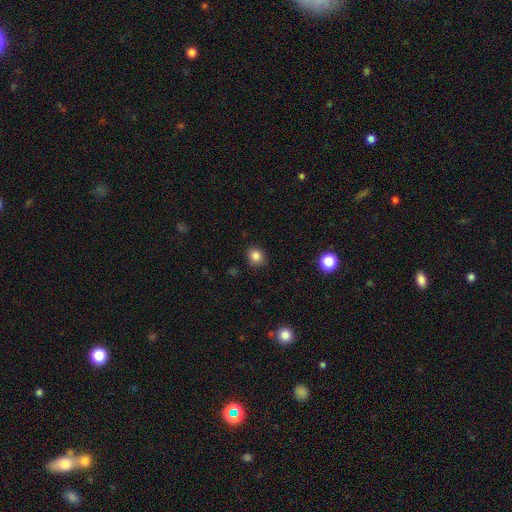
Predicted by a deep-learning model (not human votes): Smooth or featured? smooth (84%)
How rounded? round (82%)
Merging? none (87%)